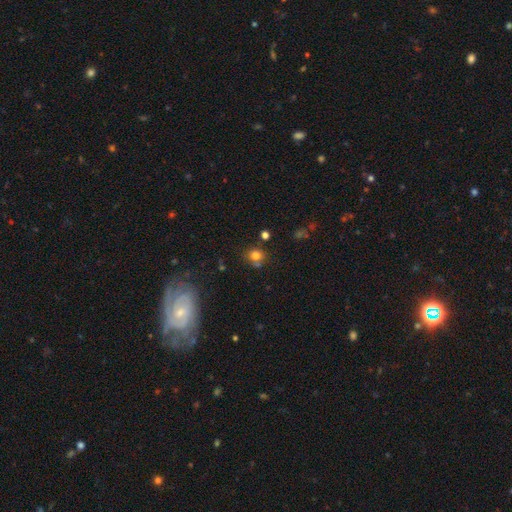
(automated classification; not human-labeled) Smooth or featured: smooth — 76% (star or artifact — 15%)
How rounded: round — 79% (in between — 20%)
Merging: none — 67% (minor disturbance — 15%)